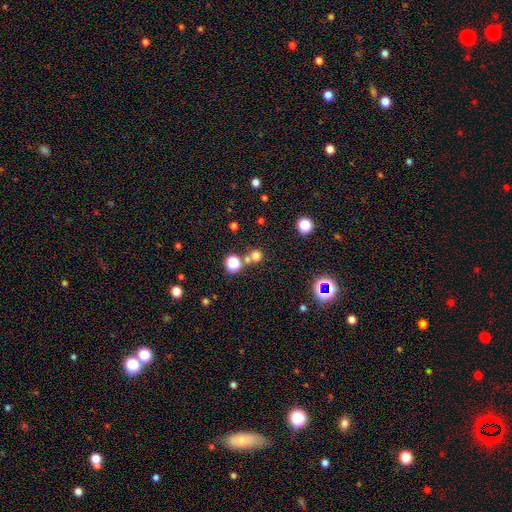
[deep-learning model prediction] smooth-or-featured: smooth: 68% | star or artifact: 25% | featured or disk: 7%
  how-rounded: round: 91% | in between: 8% | cigar-shaped: 1%
  merging: none: 66% | merger: 24% | minor disturbance: 7% | major disturbance: 3%